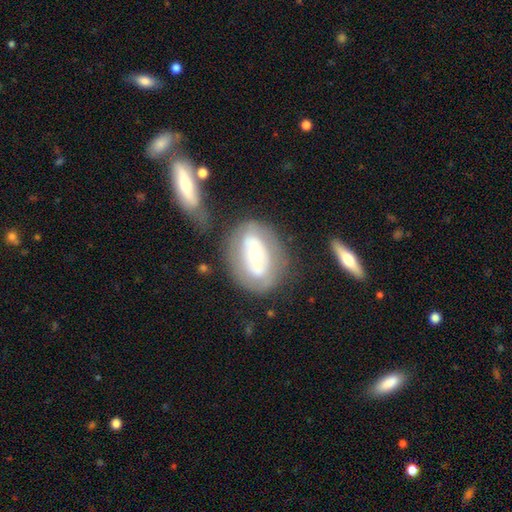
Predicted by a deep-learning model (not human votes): smooth-or-featured: featured or disk: 63% | smooth: 31% | star or artifact: 6%
  disk-edge-on: no: 93% | yes: 7%
    bar: no: 49% | weak: 27% | strong: 24%
    has-spiral-arms: no: 64% | yes: 36%
    bulge-size: moderate: 60% | small: 30% | large: 8% | dominant: 1% | none: 1%
  merging: none: 64% | minor disturbance: 18% | major disturbance: 10% | merger: 9%